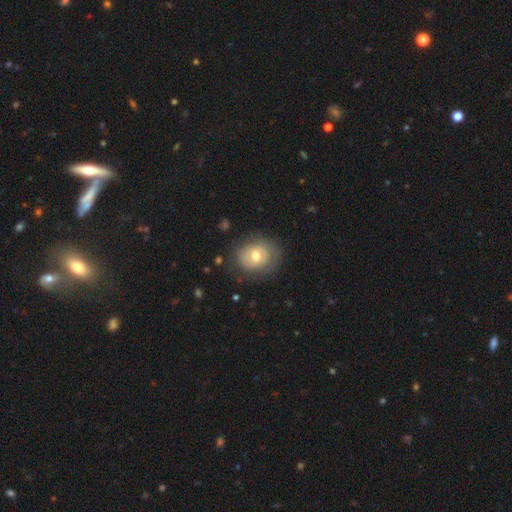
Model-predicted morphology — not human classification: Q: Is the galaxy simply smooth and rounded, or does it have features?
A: smooth — 59%.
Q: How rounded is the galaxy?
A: round — 59%.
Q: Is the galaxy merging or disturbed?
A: none — 75%.